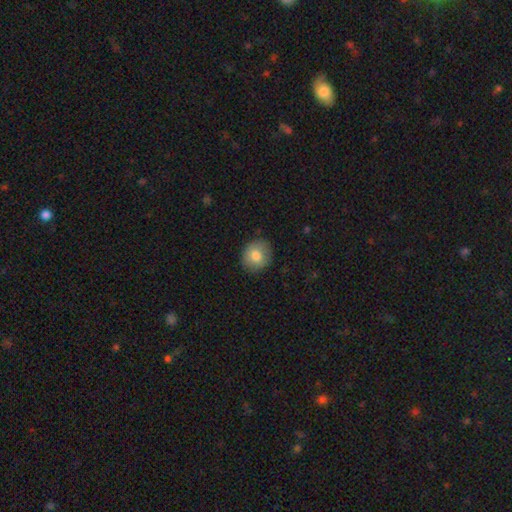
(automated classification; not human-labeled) The model was most divided on "how rounded": round: 81%, in between: 19%, cigar-shaped: 1%. More confident: merging — none (85%); smooth or featured — smooth (80%).